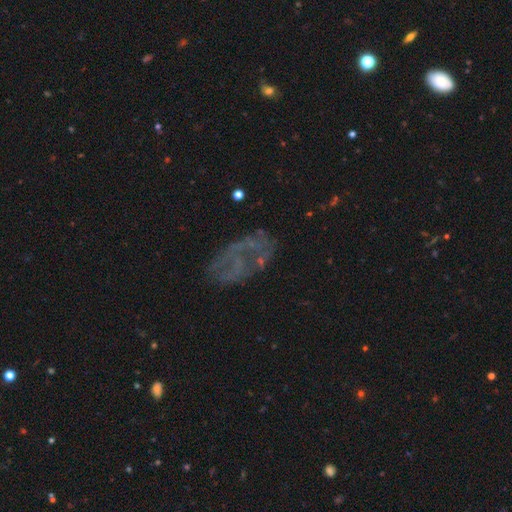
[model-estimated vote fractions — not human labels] Smooth or featured? featured or disk (53%)
Edge-on disk? no (95%)
Bar? no (80%)
Spiral arms? no (63%)
Bulge size? none (77%)
Merging? none (55%)